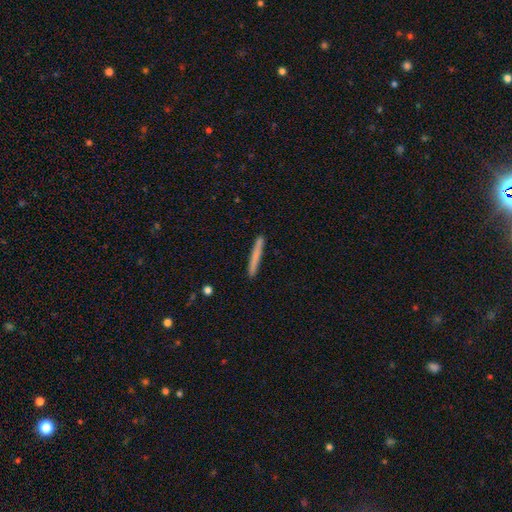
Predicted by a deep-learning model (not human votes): A smooth galaxy with no disk features (71%) that is cigar-shaped (97%). Merging: none (90%).